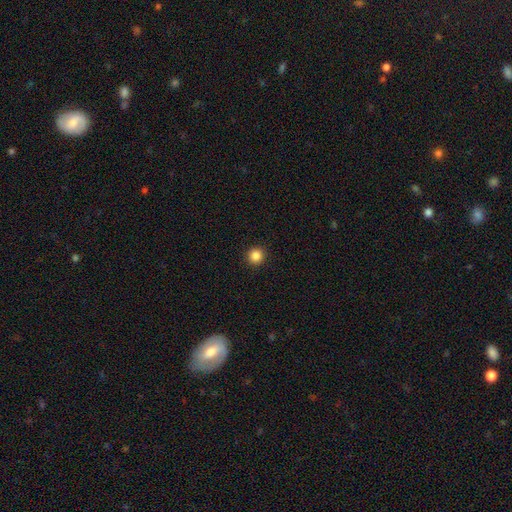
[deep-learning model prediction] smooth-or-featured: smooth: 86% | star or artifact: 11% | featured or disk: 3%
  how-rounded: round: 95% | in between: 4% | cigar-shaped: 1%
  merging: none: 93% | minor disturbance: 4% | major disturbance: 2% | merger: 1%